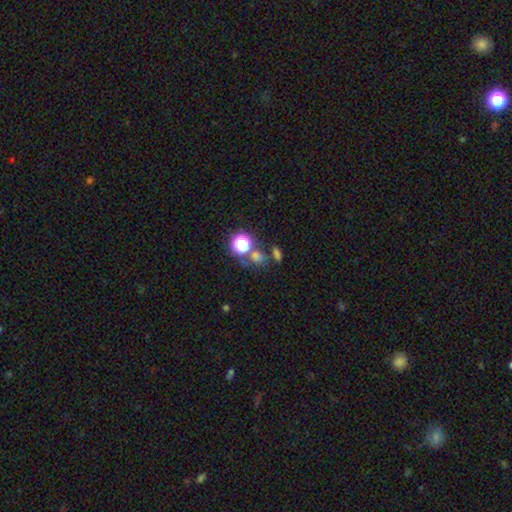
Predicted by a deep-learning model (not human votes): The model was most divided on "smooth or featured": smooth: 62%, star or artifact: 30%, featured or disk: 9%. More confident: how rounded — round (66%); merging — none (60%).